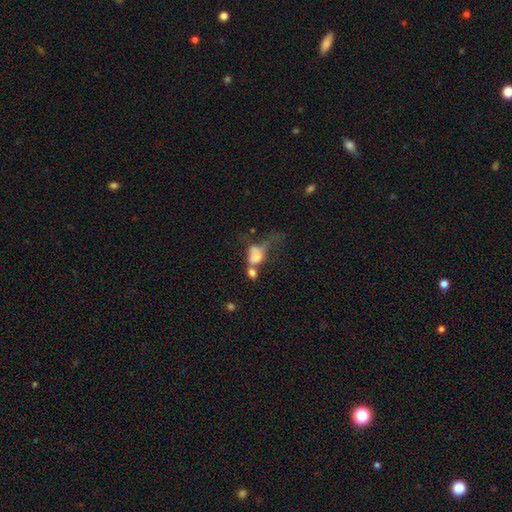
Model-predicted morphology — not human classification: Q: Smooth or featured?
A: smooth (60%); runner-up: featured or disk (28%)
Q: How rounded?
A: in between (67%); runner-up: round (29%)
Q: Merging?
A: merger (49%); runner-up: major disturbance (29%)